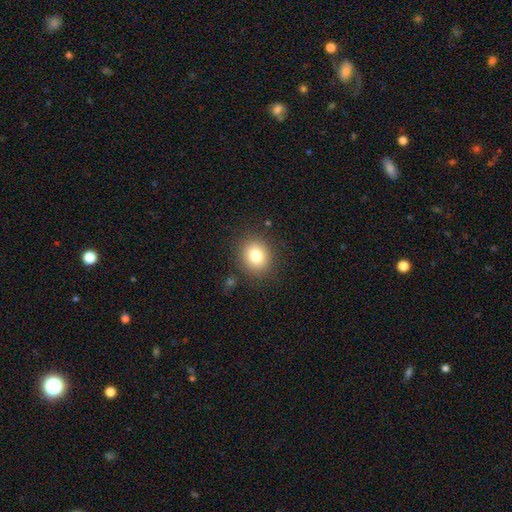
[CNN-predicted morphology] A smooth galaxy with no disk features (80%) that is round (72%).

Vote fractions:
- Smooth or featured? smooth: 80% / star or artifact: 11% / featured or disk: 9%
- How rounded? round: 72% / in between: 27% / cigar-shaped: 1%
- Merging? none: 86% / minor disturbance: 9% / major disturbance: 3% / merger: 2%